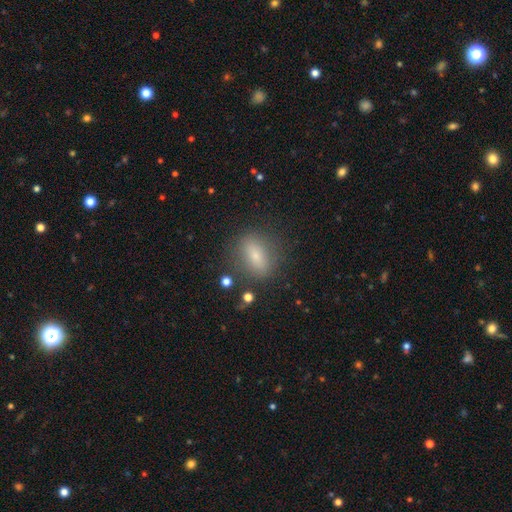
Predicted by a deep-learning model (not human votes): Smooth or featured? smooth (70%)
How rounded? in between (68%)
Merging? none (81%)